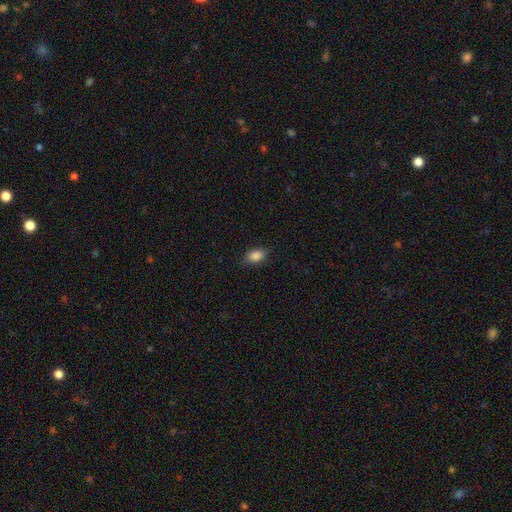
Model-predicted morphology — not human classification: A smooth galaxy with no disk features (86%) that is in between round and cigar-shaped (86%). Merging: none (84%).